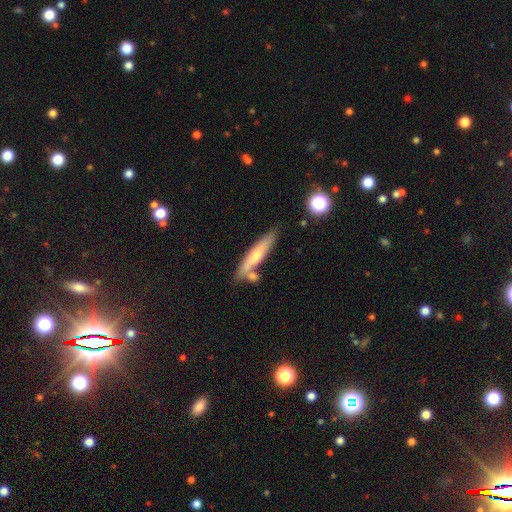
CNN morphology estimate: smooth 59%, featured or disk 36%, star or artifact 6%. Down the decision tree: how rounded — cigar-shaped (87%); merging — none (66%).